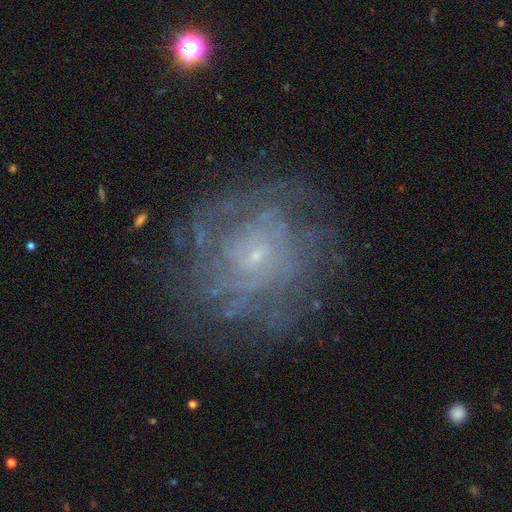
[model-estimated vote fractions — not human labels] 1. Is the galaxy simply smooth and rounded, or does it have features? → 78% featured or disk, 12% smooth, 10% star or artifact.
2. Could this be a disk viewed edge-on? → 97% no, 3% yes.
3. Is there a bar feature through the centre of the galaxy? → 73% no, 23% weak, 5% strong.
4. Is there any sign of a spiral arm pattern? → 84% yes, 16% no.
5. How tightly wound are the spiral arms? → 67% tight, 25% medium, 9% loose.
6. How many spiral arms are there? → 49% can't tell, 13% 4, 12% more than 4, 10% 2, 10% 3, 6% 1.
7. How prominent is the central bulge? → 83% small, 9% moderate, 6% none, 1% large, 1% dominant.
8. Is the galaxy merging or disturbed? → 75% none, 14% minor disturbance, 9% major disturbance, 2% merger.